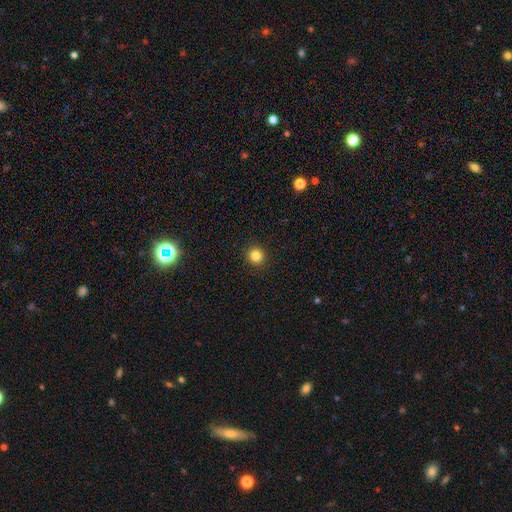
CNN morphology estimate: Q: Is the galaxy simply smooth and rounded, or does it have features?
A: smooth — 83%.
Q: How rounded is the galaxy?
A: round — 93%.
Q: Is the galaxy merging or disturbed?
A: none — 93%.